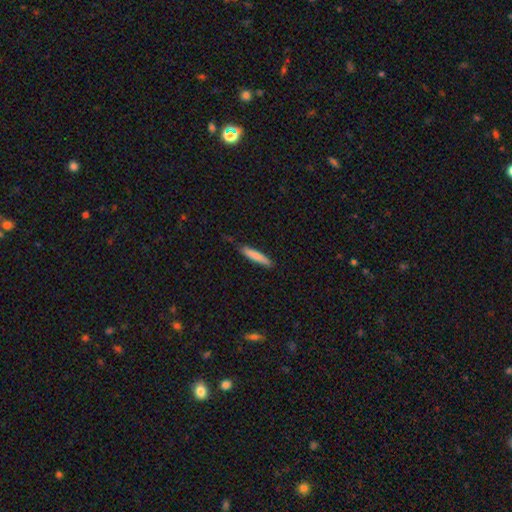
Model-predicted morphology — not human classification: A smooth galaxy with no disk features (80%) that is cigar-shaped (90%). Merging: none (81%).